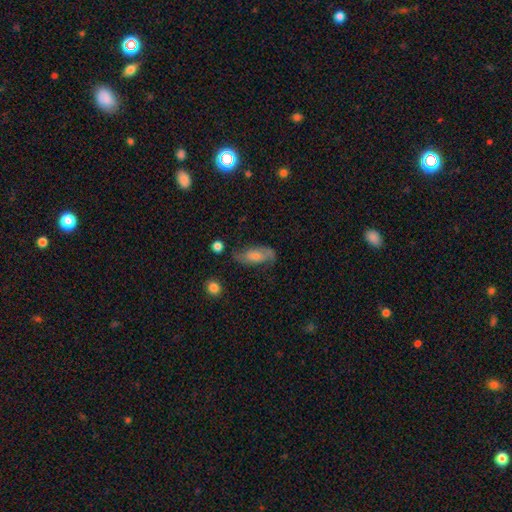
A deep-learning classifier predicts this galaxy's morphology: This is possibly a smooth galaxy (51%). How rounded: likely in between (79%). Merging: likely none (64%).